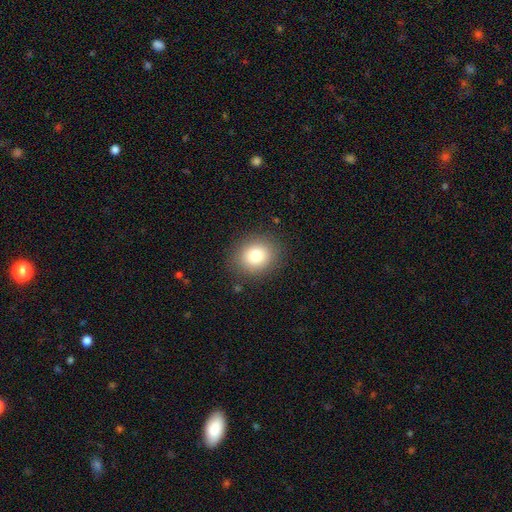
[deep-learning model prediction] Smooth or featured: smooth — 81% (star or artifact — 11%)
How rounded: round — 70% (in between — 30%)
Merging: none — 87% (minor disturbance — 9%)